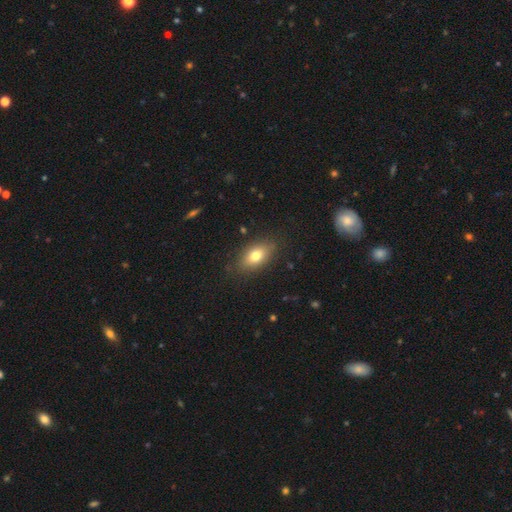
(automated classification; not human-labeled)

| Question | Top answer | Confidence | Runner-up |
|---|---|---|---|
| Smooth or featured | smooth | 75% | featured or disk (16%) |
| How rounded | in between | 86% | round (9%) |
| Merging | none | 83% | minor disturbance (12%) |